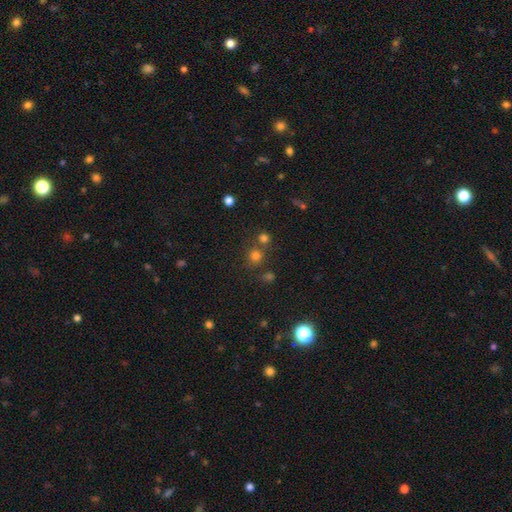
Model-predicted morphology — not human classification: The model was most divided on "smooth or featured": smooth: 65%, star or artifact: 28%, featured or disk: 8%. More confident: how rounded — round (89%); merging — none (67%).